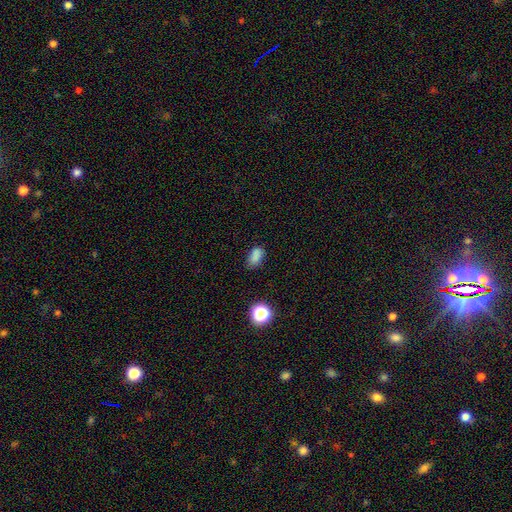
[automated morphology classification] A smooth galaxy with no disk features (79%) that is in between round and cigar-shaped (85%). Merging: none (70%).